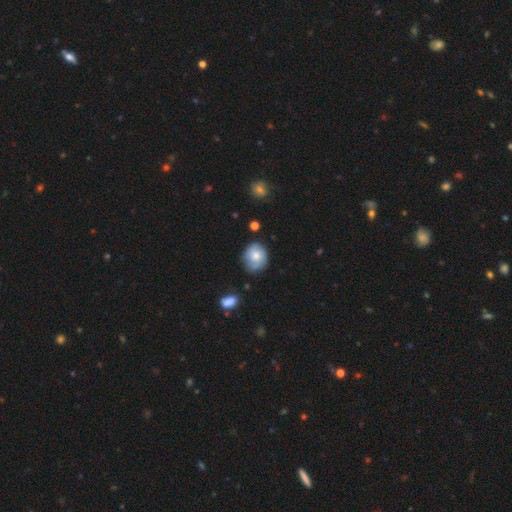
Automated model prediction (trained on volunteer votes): Q: Smooth or featured?
A: smooth (64%); runner-up: featured or disk (29%)
Q: How rounded?
A: round (67%); runner-up: in between (32%)
Q: Merging?
A: none (63%); runner-up: minor disturbance (27%)